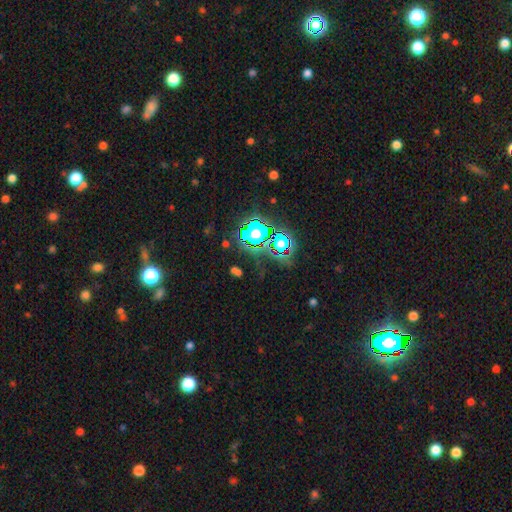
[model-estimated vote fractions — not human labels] Smooth or featured?
  - star or artifact: 79% *
  - smooth: 13%
  - featured or disk: 8%